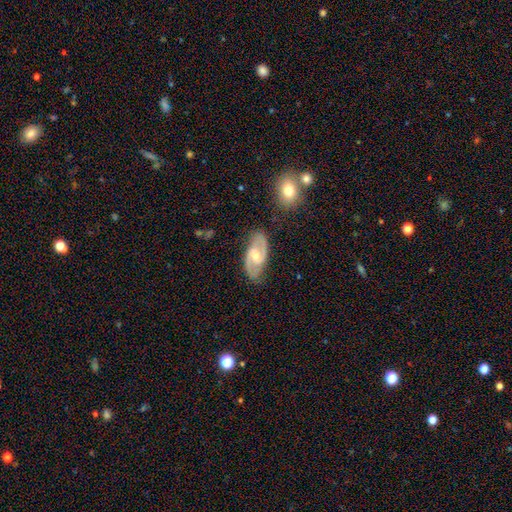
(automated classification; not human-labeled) Smooth or featured: featured or disk — 83% (smooth — 12%)
Edge-on disk: no — 96% (yes — 4%)
Bar: weak — 54% (no — 28%)
Spiral arms: yes — 95% (no — 5%)
Spiral winding: medium — 55% (tight — 24%)
Spiral arm count: 2 — 91% (can't tell — 5%)
Bulge size: moderate — 54% (small — 40%)
Merging: none — 81% (minor disturbance — 14%)